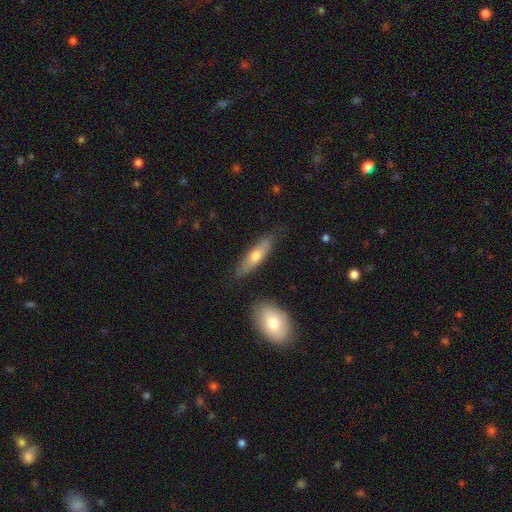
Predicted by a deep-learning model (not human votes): This is likely a smooth galaxy (60%). How rounded: likely cigar-shaped (64%). Merging: likely none (78%).